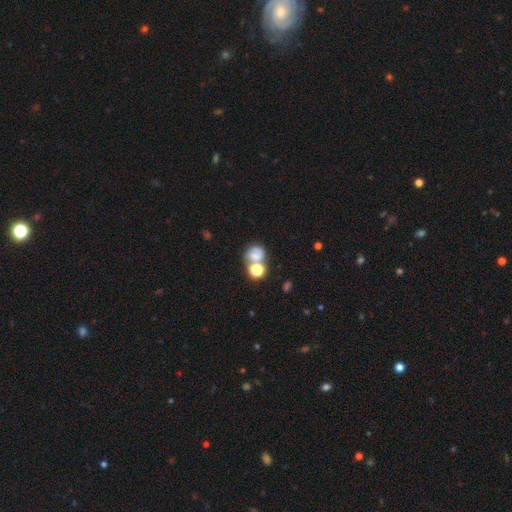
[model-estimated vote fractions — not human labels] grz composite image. It shows a smooth galaxy with no disk features (57%) that is round (67%). Merging: merger (40%).